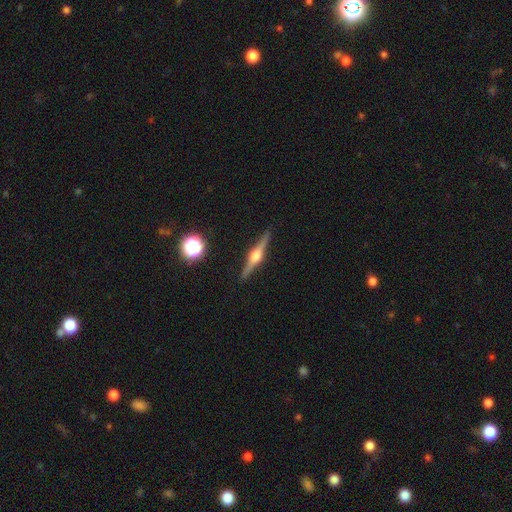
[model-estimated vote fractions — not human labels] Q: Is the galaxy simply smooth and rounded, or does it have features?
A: featured or disk — 83%.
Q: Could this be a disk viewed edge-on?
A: yes — 98%.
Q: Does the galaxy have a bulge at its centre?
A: rounded — 93%.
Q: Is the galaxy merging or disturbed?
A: none — 91%.